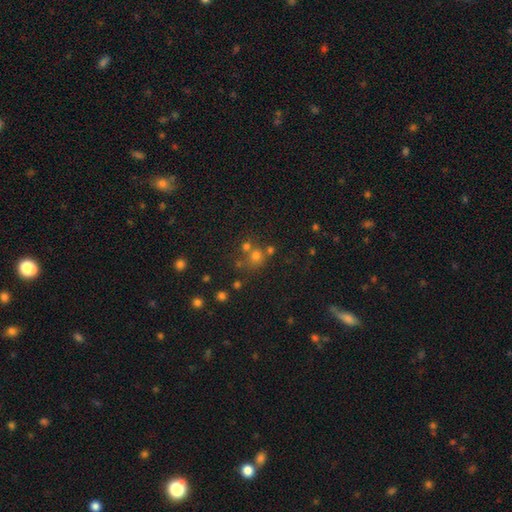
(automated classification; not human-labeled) smooth_or_featured: smooth (p=0.65) [alt: star or artifact p=0.24]
how_rounded: round (p=0.86) [alt: in between p=0.13]
merging: none (p=0.57) [alt: merger p=0.30]